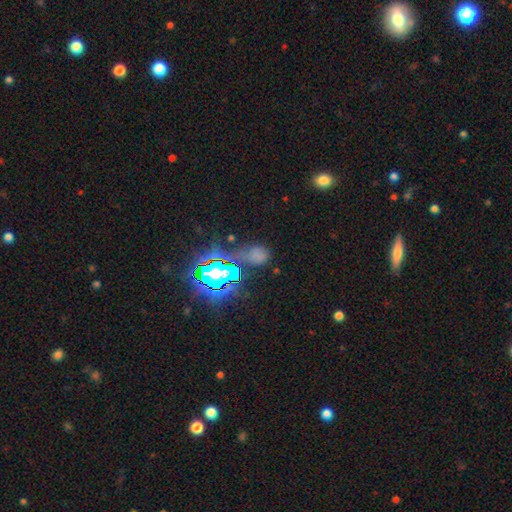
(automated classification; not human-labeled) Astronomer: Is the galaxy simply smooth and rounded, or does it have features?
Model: star or artifact — 46% (runner-up: smooth, 43%).